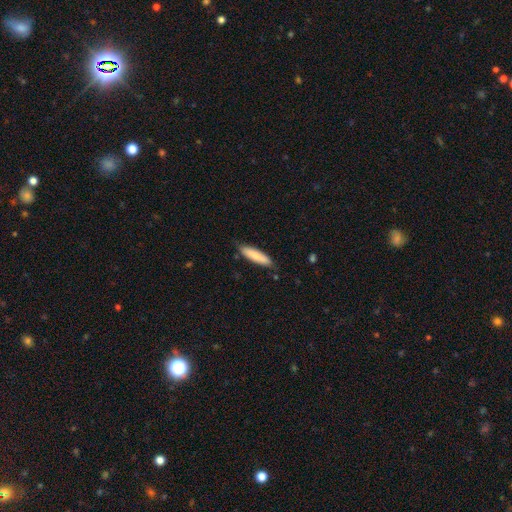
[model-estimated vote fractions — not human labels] A smooth galaxy with no disk features (81%) that is cigar-shaped (72%). Merging: none (82%).